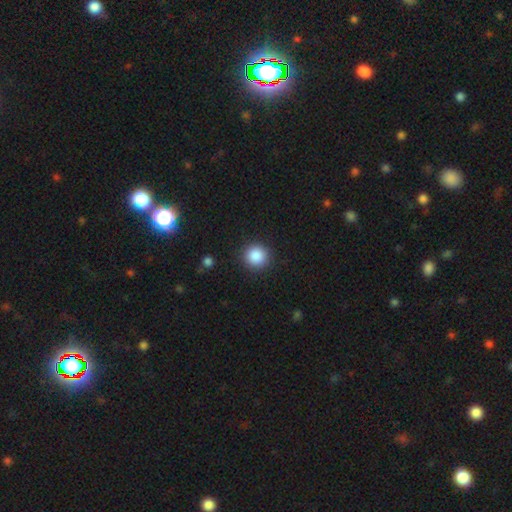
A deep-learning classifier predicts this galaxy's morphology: A smooth galaxy with no disk features (87%) that is round (94%).

Vote fractions:
- Smooth or featured? smooth: 87% / star or artifact: 9% / featured or disk: 4%
- How rounded? round: 94% / in between: 5% / cigar-shaped: 1%
- Merging? none: 90% / minor disturbance: 6% / major disturbance: 2% / merger: 1%